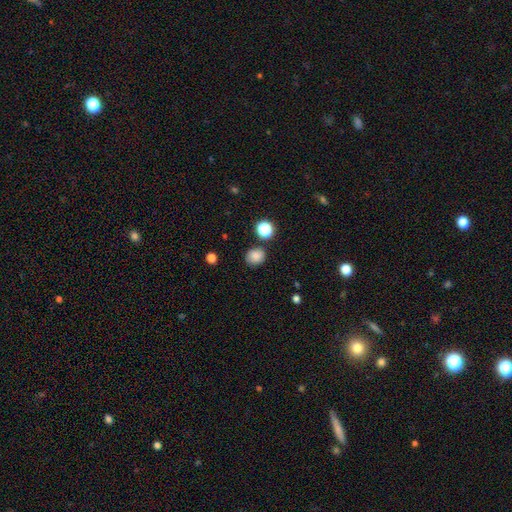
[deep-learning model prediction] Smooth or featured? smooth (82%)
How rounded? round (71%)
Merging? none (80%)